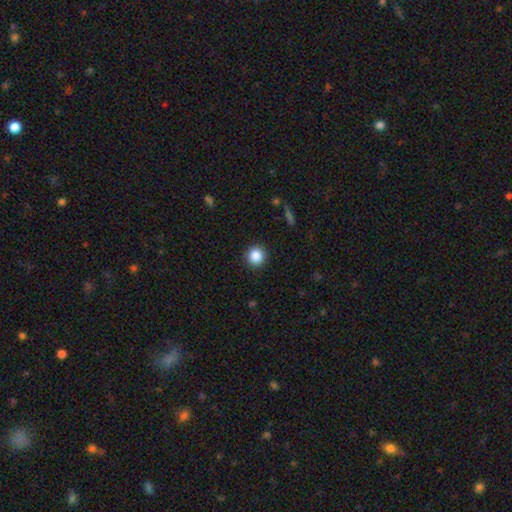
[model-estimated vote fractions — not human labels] smooth-or-featured: smooth: 86% | star or artifact: 10% | featured or disk: 4%
  how-rounded: round: 95% | in between: 4% | cigar-shaped: 1%
  merging: none: 92% | minor disturbance: 5% | major disturbance: 2% | merger: 1%